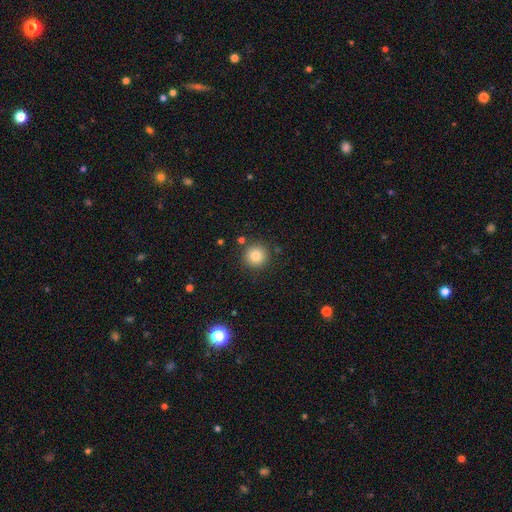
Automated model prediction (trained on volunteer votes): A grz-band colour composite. It shows a smooth galaxy with no disk features (81%) that is round (95%). Merging: none (88%).